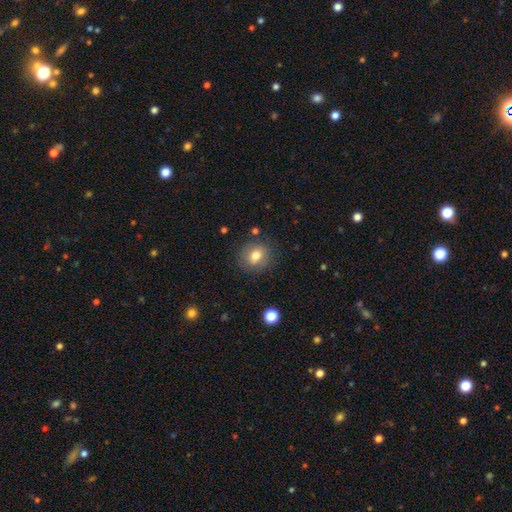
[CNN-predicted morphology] Overall: smooth (75%). How rounded: round (70%). Merging: none (84%).